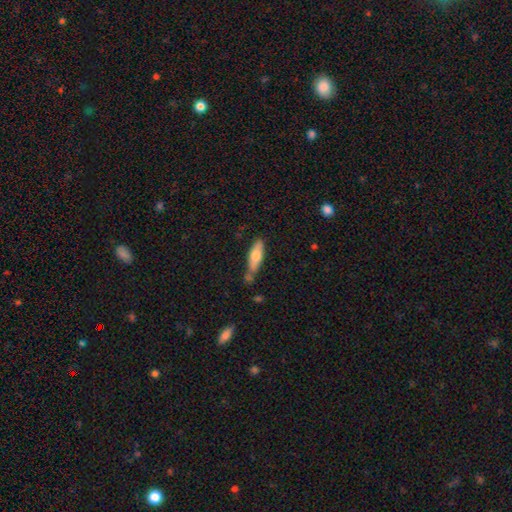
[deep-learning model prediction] smooth-or-featured: smooth: 66% | featured or disk: 28% | star or artifact: 6%
  how-rounded: cigar-shaped: 51% | in between: 47% | round: 2%
  merging: none: 60% | minor disturbance: 21% | merger: 14% | major disturbance: 5%